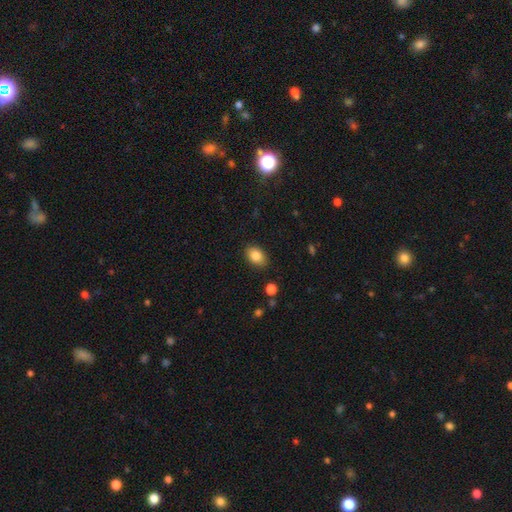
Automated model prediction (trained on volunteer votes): The model was most divided on "how rounded": in between: 80%, round: 18%, cigar-shaped: 1%. More confident: merging — none (87%); smooth or featured — smooth (84%).